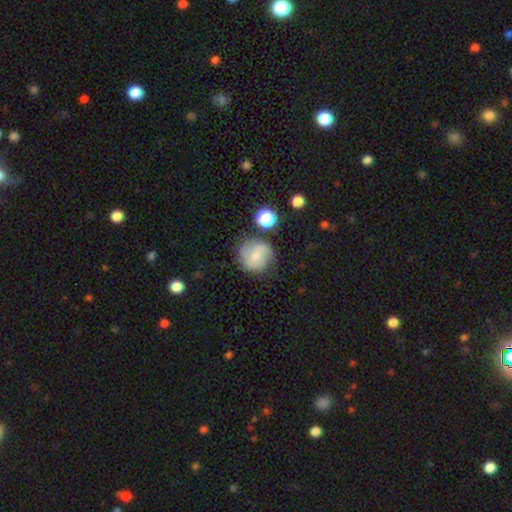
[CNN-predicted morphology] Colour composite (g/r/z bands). It shows a smooth galaxy with no disk features (58%) that is round (89%). Merging: none (65%).